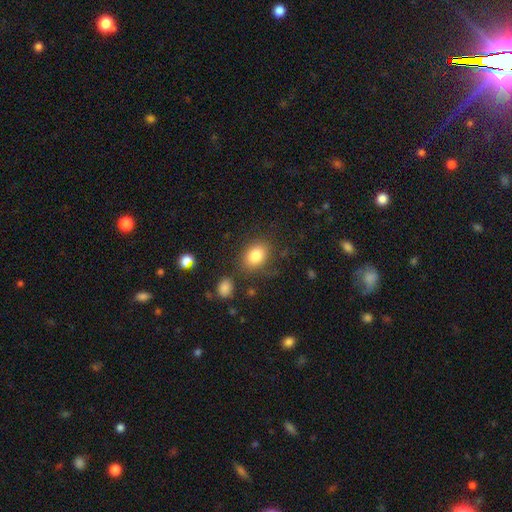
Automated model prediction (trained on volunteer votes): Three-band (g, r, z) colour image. It shows a smooth galaxy with no disk features (84%) that is in between round and cigar-shaped (70%). Merging: none (76%).